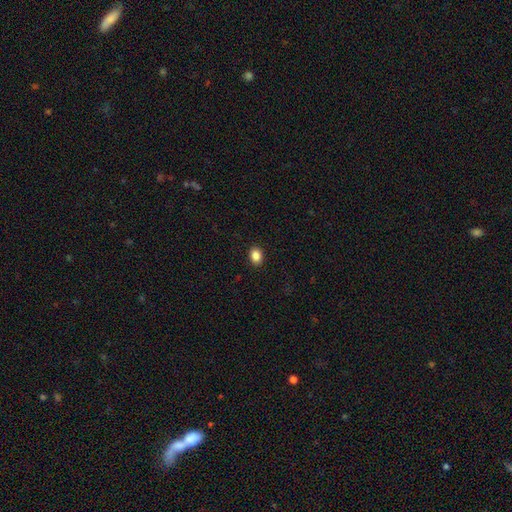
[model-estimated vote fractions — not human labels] This is clearly a smooth galaxy (86%). How rounded: likely in between (61%). Merging: clearly none (91%).